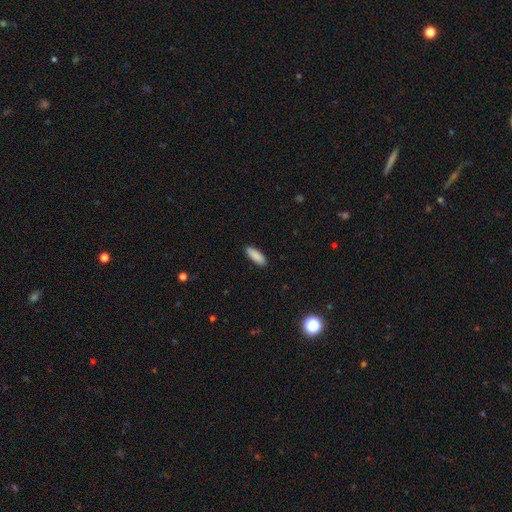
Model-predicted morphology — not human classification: smooth 90%, star or artifact 6%, featured or disk 4%. Down the decision tree: how rounded — in between (63%); merging — none (90%).